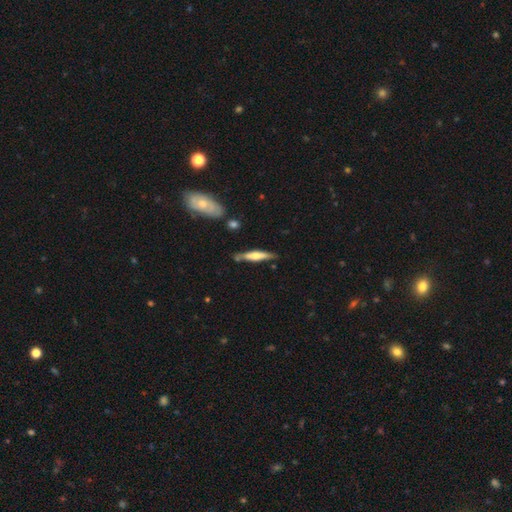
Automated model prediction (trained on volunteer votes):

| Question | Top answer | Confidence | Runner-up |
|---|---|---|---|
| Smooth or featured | featured or disk | 53% | smooth (41%) |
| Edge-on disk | yes | 93% | no (7%) |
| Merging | none | 77% | minor disturbance (15%) |